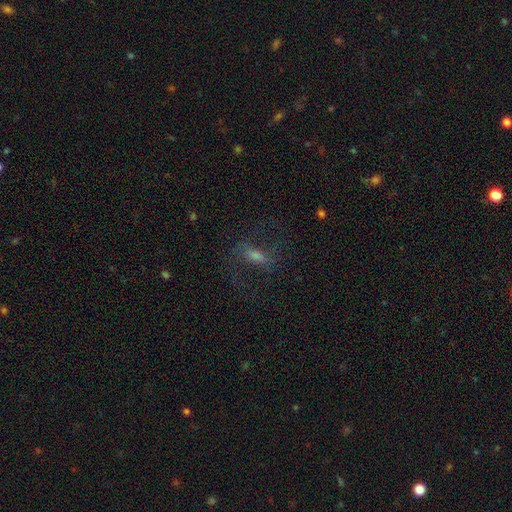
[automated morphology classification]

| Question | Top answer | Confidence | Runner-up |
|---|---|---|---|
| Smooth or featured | featured or disk | 51% | smooth (31%) |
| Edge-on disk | no | 86% | yes (14%) |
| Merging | none | 66% | major disturbance (18%) |